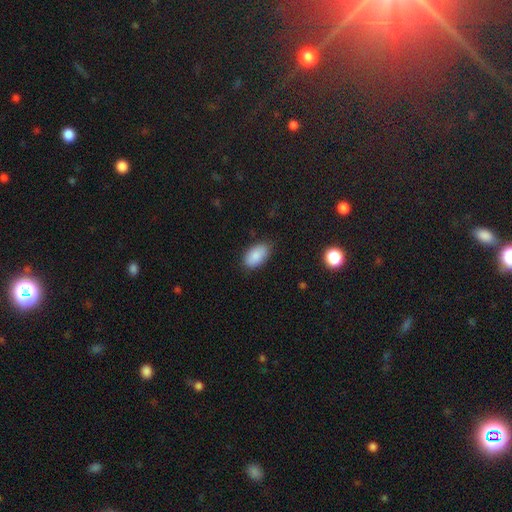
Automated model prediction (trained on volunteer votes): This appears to be a smooth galaxy with no disk features (88%) that is in between round and cigar-shaped (93%). Merging: none (81%).